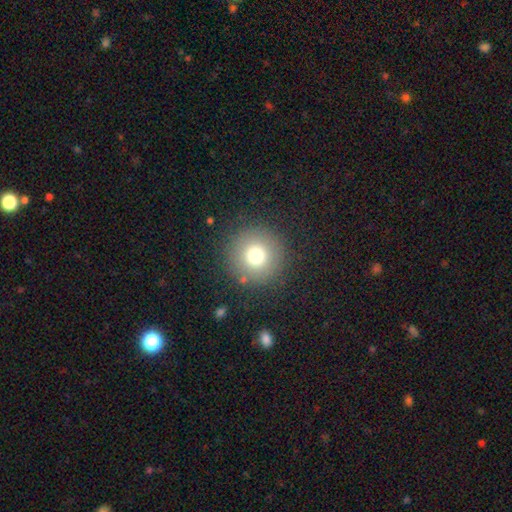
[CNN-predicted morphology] Overall: smooth (73%). How rounded: round (96%). Merging: none (87%).